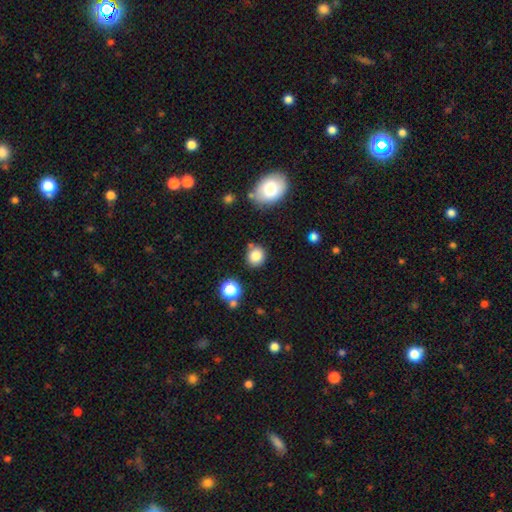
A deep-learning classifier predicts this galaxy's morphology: smooth-or-featured: smooth: 82% | star or artifact: 12% | featured or disk: 6%
  how-rounded: round: 81% | in between: 18% | cigar-shaped: 1%
  merging: none: 77% | minor disturbance: 13% | merger: 6% | major disturbance: 4%